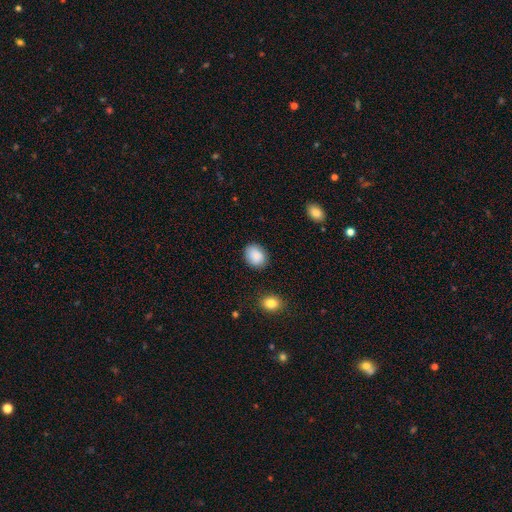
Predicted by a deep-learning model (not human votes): smooth 87%, star or artifact 8%, featured or disk 5%. Down the decision tree: how rounded — in between (55%); merging — none (83%).